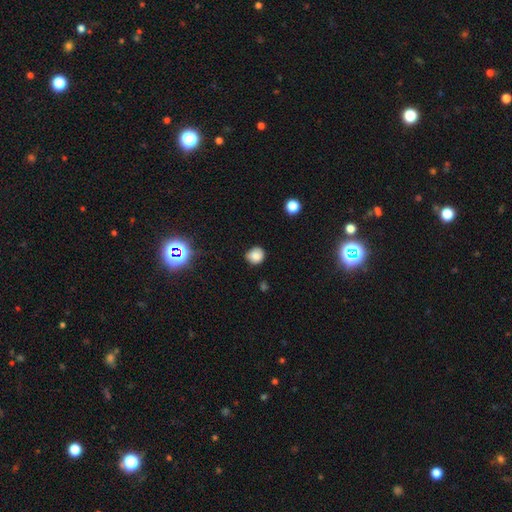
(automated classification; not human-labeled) smooth-or-featured: smooth: 81% | star or artifact: 13% | featured or disk: 6%
  how-rounded: round: 80% | in between: 19% | cigar-shaped: 1%
  merging: none: 74% | minor disturbance: 21% | major disturbance: 4% | merger: 2%